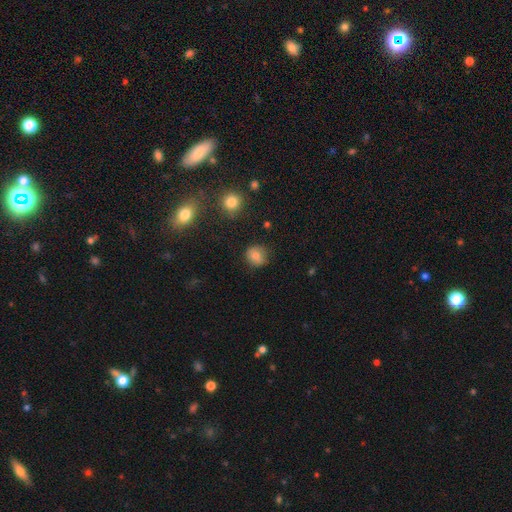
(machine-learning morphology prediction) Smooth or featured: smooth — 79% (star or artifact — 11%)
How rounded: round — 84% (in between — 15%)
Merging: none — 81% (minor disturbance — 14%)